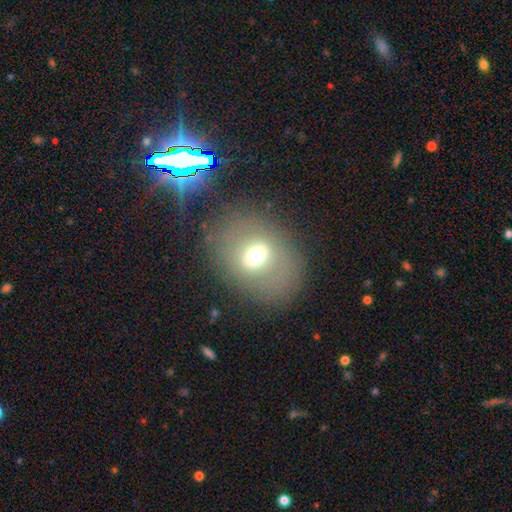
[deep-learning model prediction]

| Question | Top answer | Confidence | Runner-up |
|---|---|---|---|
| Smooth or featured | smooth | 49% | featured or disk (38%) |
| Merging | none | 73% | minor disturbance (13%) |